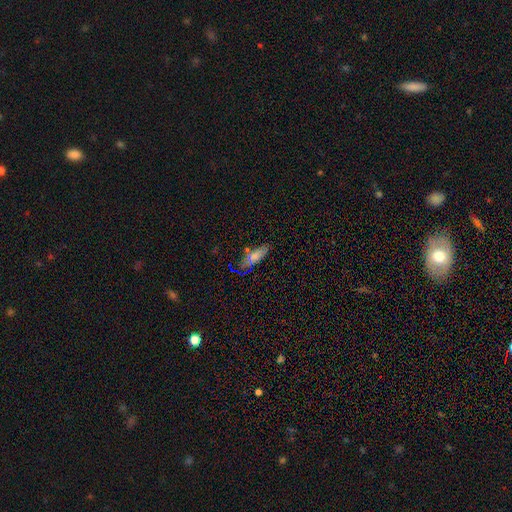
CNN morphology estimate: type=smooth (57%); roundness=in between (56%); merging=none (77%).